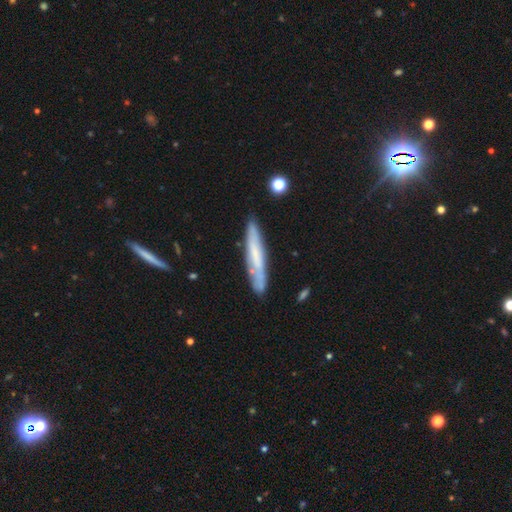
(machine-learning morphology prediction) A featured or disk galaxy (47%). Merging: none (80%).